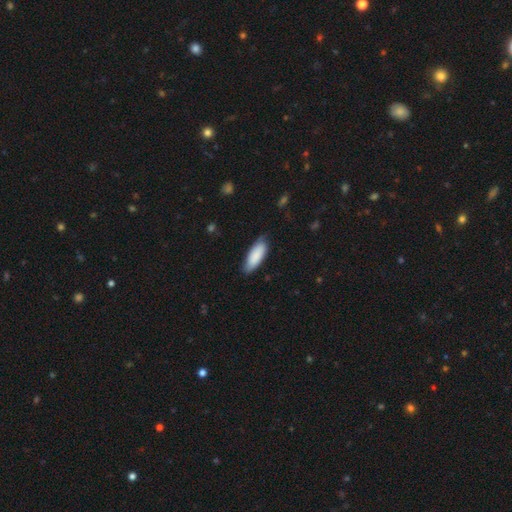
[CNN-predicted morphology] type=smooth (86%); roundness=in between (71%); merging=none (73%).